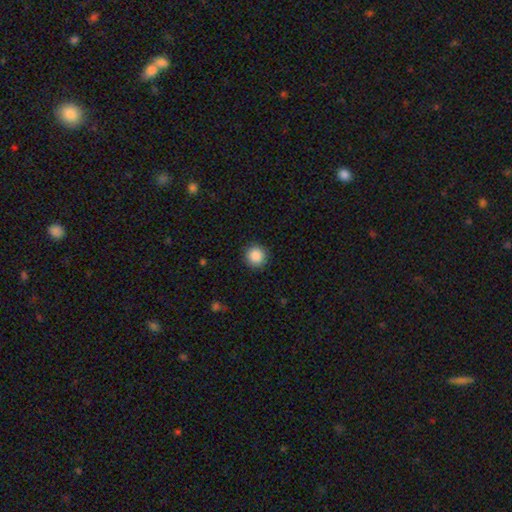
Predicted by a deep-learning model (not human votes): The model was most divided on "smooth or featured": smooth: 88%, star or artifact: 9%, featured or disk: 3%. More confident: how rounded — round (95%); merging — none (91%).